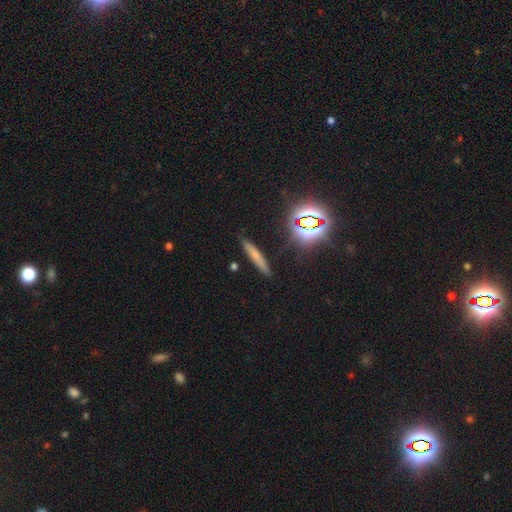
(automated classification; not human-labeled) The model was most divided on "smooth or featured": smooth: 59%, featured or disk: 23%, star or artifact: 18%. More confident: how rounded — cigar-shaped (90%); merging — none (86%).